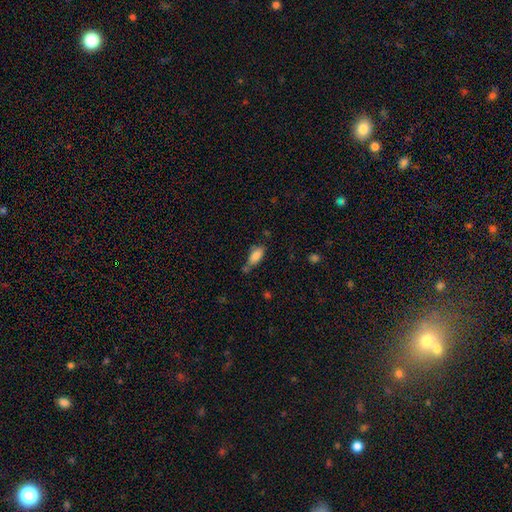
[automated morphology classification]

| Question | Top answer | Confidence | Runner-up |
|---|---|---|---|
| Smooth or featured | smooth | 83% | featured or disk (9%) |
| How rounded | in between | 84% | cigar-shaped (13%) |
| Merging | none | 54% | minor disturbance (25%) |